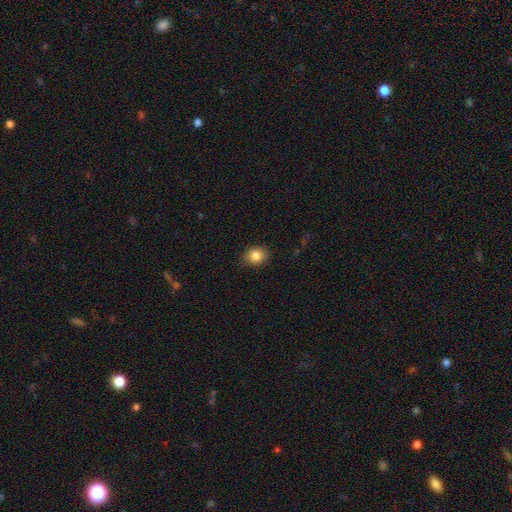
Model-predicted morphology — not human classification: Smooth or featured: smooth — 83% (star or artifact — 10%)
How rounded: round — 57% (in between — 42%)
Merging: none — 85% (minor disturbance — 12%)